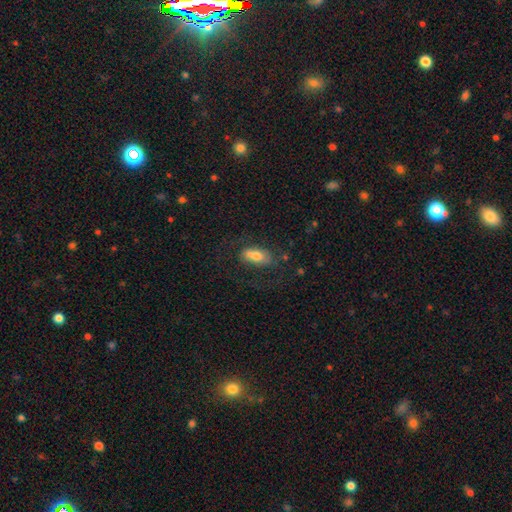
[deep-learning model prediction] Q: Smooth or featured?
A: smooth (62%); runner-up: featured or disk (29%)
Q: How rounded?
A: in between (83%); runner-up: cigar-shaped (12%)
Q: Merging?
A: none (56%); runner-up: minor disturbance (20%)